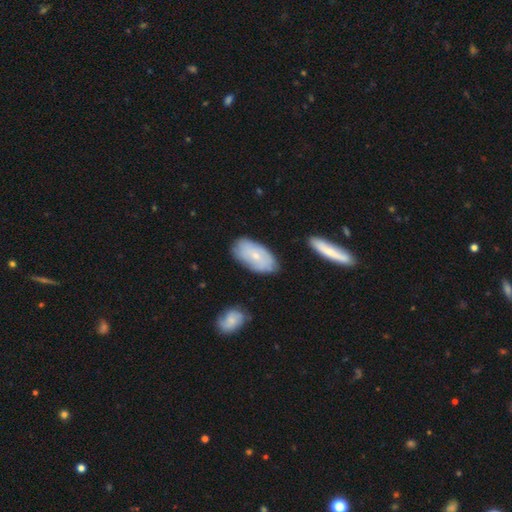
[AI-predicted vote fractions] Morphology: type=smooth (48%); merging=none (75%).